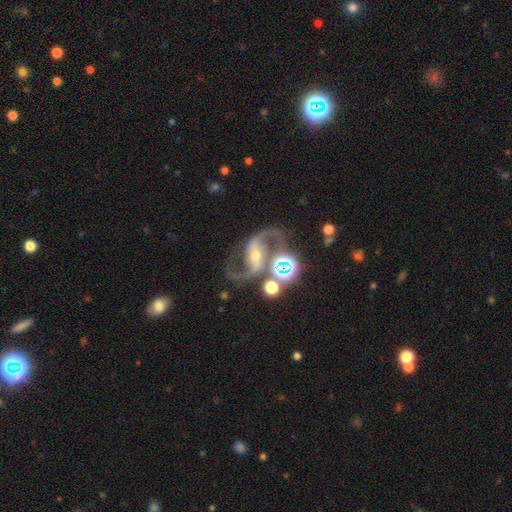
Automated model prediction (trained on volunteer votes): Smooth or featured: featured or disk — 88% (star or artifact — 8%)
Edge-on disk: no — 97% (yes — 3%)
Bar: strong — 48% (weak — 30%)
Spiral arms: yes — 97% (no — 3%)
Spiral winding: medium — 49% (loose — 42%)
Spiral arm count: 2 — 93% (can't tell — 2%)
Bulge size: moderate — 47% (small — 46%)
Merging: none — 65% (minor disturbance — 14%)